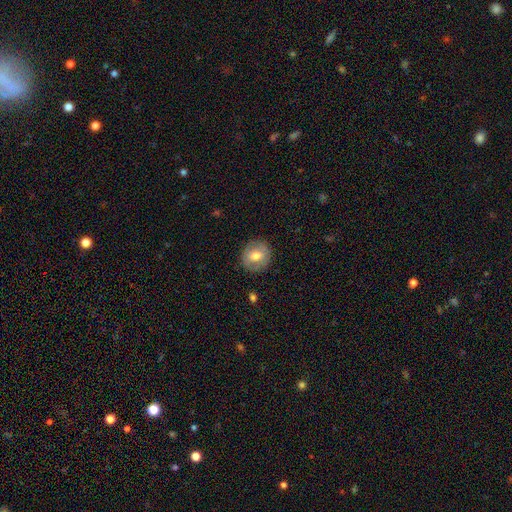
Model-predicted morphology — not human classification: This is possibly a smooth galaxy (59%). How rounded: clearly round (86%). Merging: clearly none (86%).